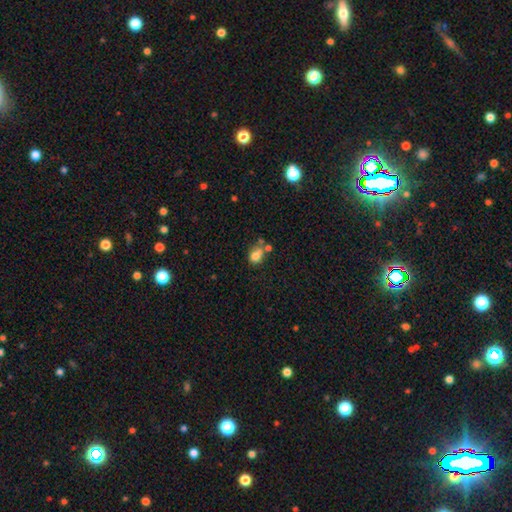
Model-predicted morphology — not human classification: Smooth or featured?
  - smooth: 76% *
  - featured or disk: 13%
  - star or artifact: 11%
How rounded?
  - in between: 51% *
  - round: 48%
  - cigar-shaped: 1%
Merging?
  - none: 40% *
  - merger: 36%
  - minor disturbance: 17%
  - major disturbance: 7%